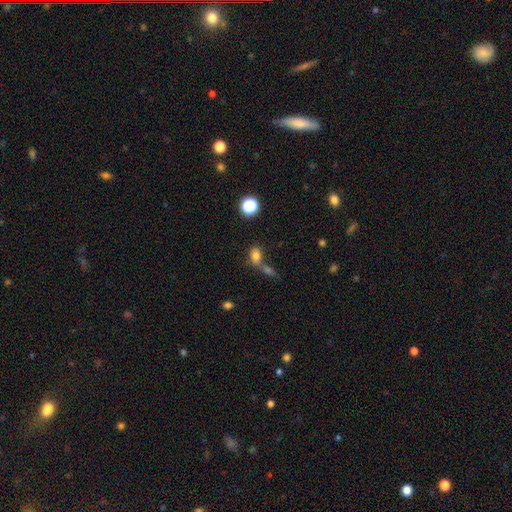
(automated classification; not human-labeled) Smooth or featured: smooth — 77% (star or artifact — 14%)
How rounded: in between — 69% (round — 28%)
Merging: merger — 45% (none — 38%)